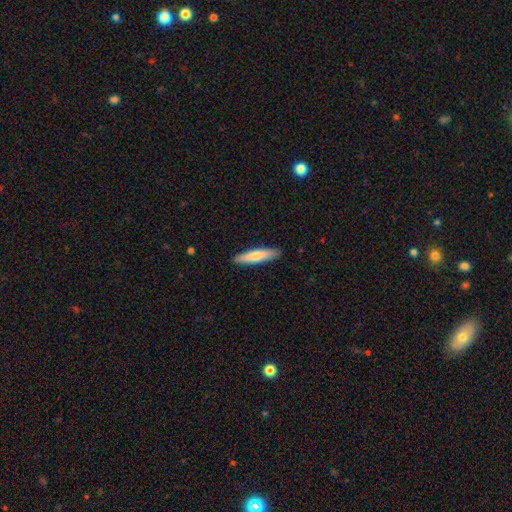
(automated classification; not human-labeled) smooth-or-featured: smooth: 73% | featured or disk: 22% | star or artifact: 5%
  how-rounded: cigar-shaped: 84% | in between: 15% | round: 1%
  merging: none: 90% | minor disturbance: 7% | major disturbance: 1% | merger: 1%